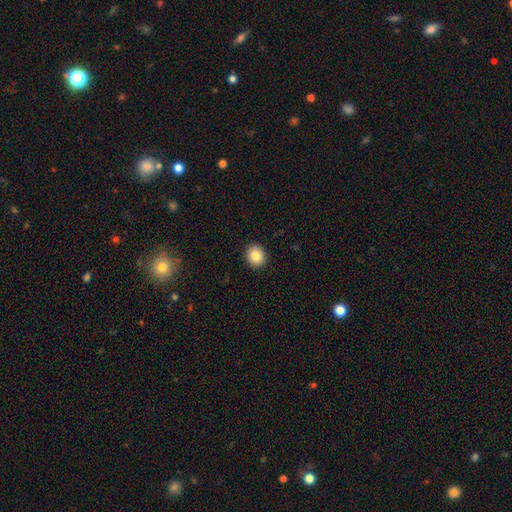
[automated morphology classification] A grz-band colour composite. It shows a smooth galaxy with no disk features (85%) that is round (75%). Merging: none (92%).